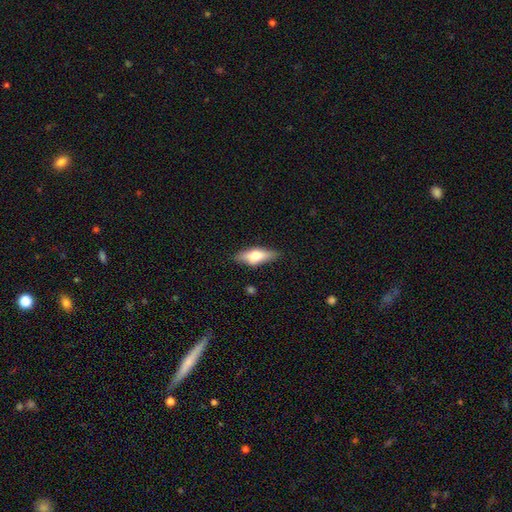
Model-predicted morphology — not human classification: Smooth or featured? smooth (59%)
How rounded? in between (63%)
Merging? none (82%)